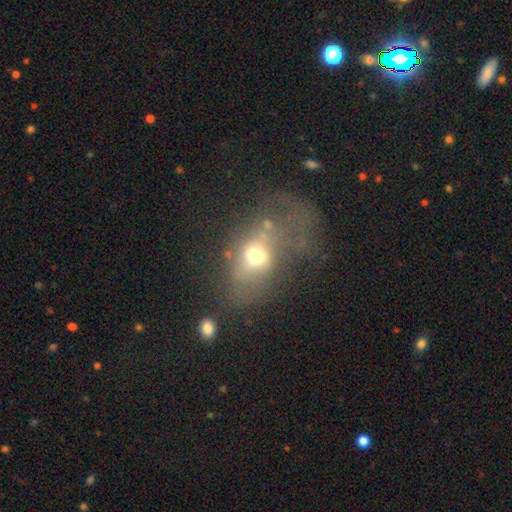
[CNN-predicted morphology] Overall: smooth (53%; featured or disk 30%). How rounded: in between (69%). Merging: none (36%; major disturbance 35%).